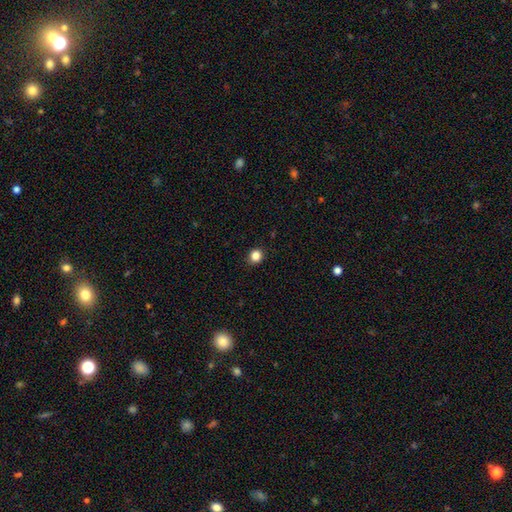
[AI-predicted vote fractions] A smooth galaxy with no disk features (85%) that is round (86%).

Vote fractions:
- Smooth or featured? smooth: 85% / star or artifact: 12% / featured or disk: 3%
- How rounded? round: 86% / in between: 13% / cigar-shaped: 1%
- Merging? none: 92% / minor disturbance: 6% / major disturbance: 2% / merger: 1%